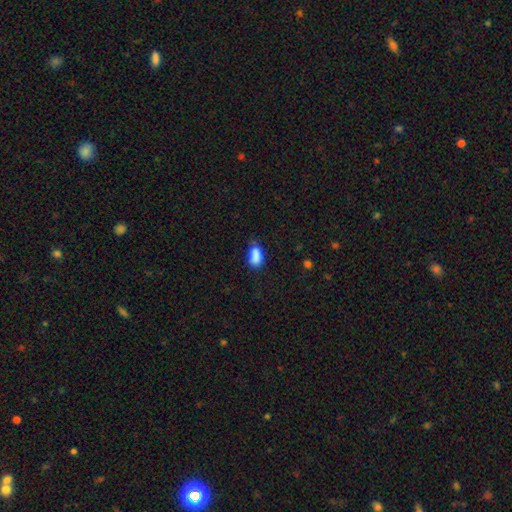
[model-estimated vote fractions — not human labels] Overall: smooth (84%). How rounded: in between (87%). Merging: none (53%; minor disturbance 30%).